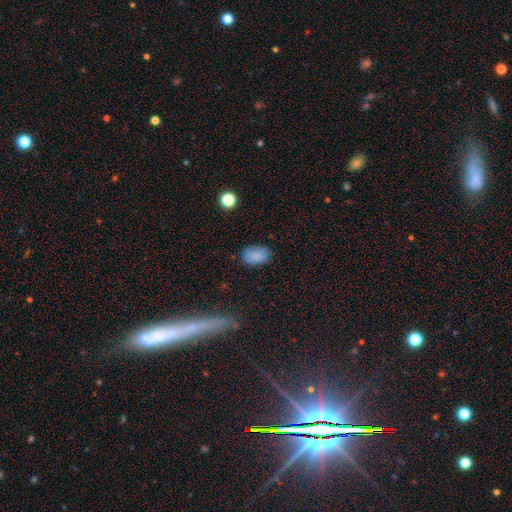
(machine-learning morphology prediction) smooth_or_featured: smooth (p=0.84) [alt: star or artifact p=0.10]
how_rounded: in between (p=0.88) [alt: round p=0.11]
merging: none (p=0.79) [alt: minor disturbance p=0.15]